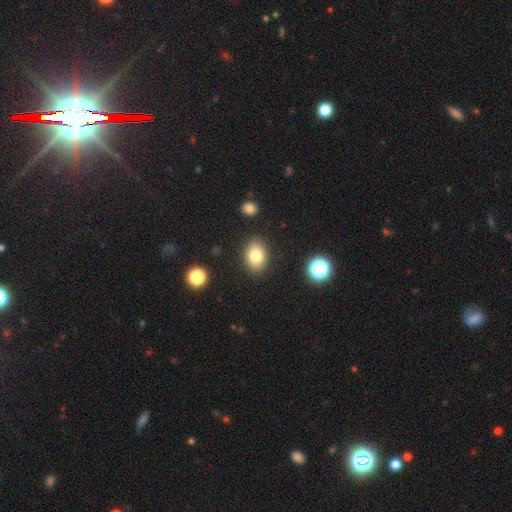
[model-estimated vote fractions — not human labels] This is clearly a smooth galaxy (80%). How rounded: likely in between (74%). Merging: clearly none (87%).